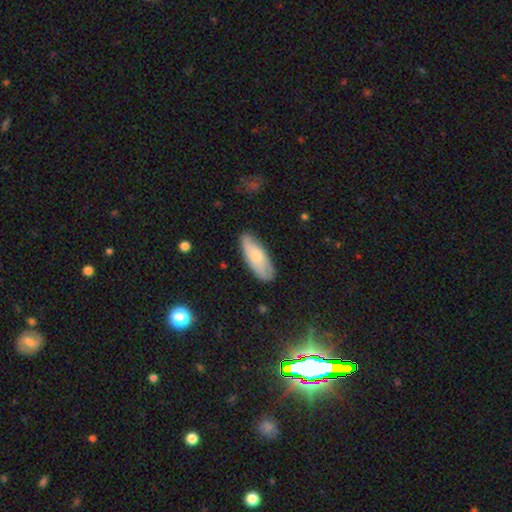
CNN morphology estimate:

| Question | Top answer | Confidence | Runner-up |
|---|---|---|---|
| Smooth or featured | smooth | 62% | featured or disk (30%) |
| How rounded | in between | 72% | cigar-shaped (25%) |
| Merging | none | 76% | minor disturbance (19%) |